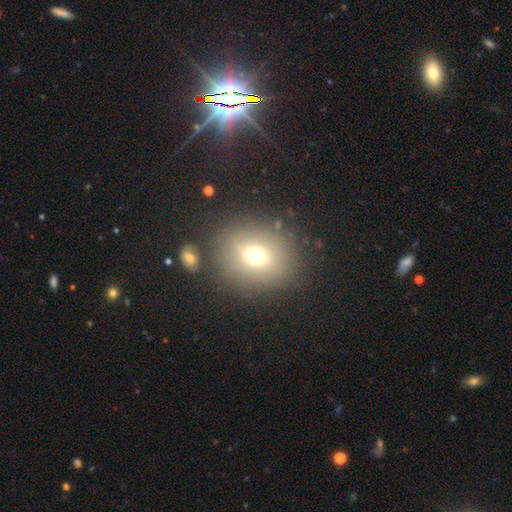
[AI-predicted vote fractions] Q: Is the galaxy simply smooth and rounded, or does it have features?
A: smooth — 67%.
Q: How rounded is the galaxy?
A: round — 77%.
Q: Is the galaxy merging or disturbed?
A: none — 82%.